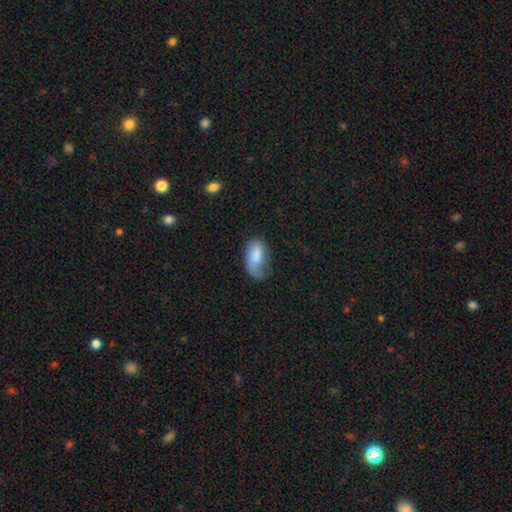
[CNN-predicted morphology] Smooth or featured? Predicted: smooth (p=0.70). How rounded? Predicted: in between (p=0.92). Merging? Predicted: major disturbance (p=0.34).